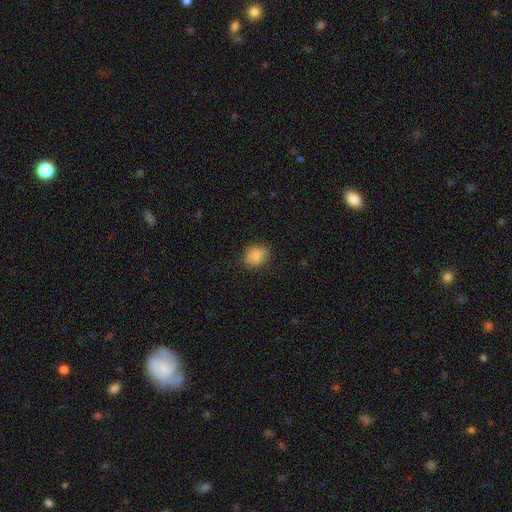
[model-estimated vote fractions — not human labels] The model was most divided on "how rounded": round: 56%, in between: 43%, cigar-shaped: 1%. More confident: smooth or featured — smooth (86%); merging — none (82%).